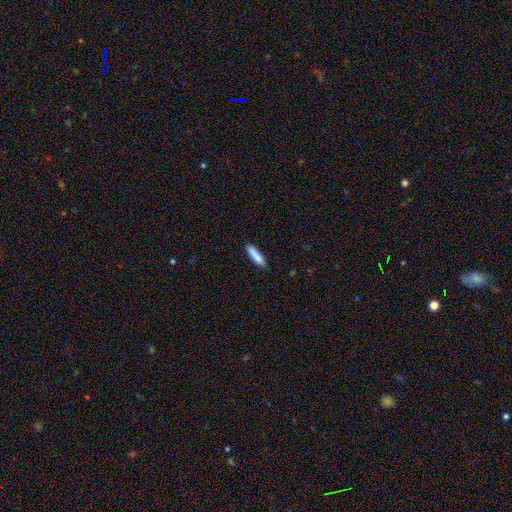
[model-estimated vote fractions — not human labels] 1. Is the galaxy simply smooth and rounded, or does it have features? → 86% smooth, 8% featured or disk, 6% star or artifact.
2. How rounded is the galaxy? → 81% cigar-shaped, 18% in between, 1% round.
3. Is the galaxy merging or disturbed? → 87% none, 10% minor disturbance, 2% major disturbance, 1% merger.